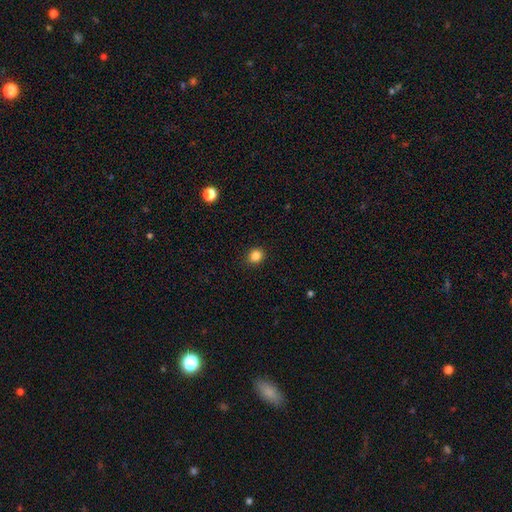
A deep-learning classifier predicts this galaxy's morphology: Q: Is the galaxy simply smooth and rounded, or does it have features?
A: smooth — 85%.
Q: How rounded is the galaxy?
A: round — 78%.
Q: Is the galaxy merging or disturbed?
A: none — 91%.